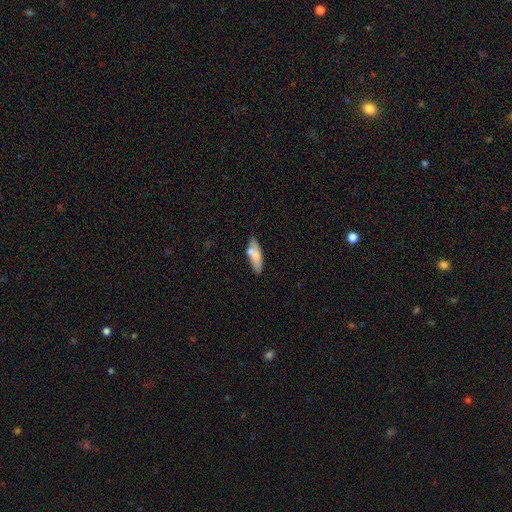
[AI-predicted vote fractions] Morphology: type=smooth (68%); roundness=in between (51%); merging=none (65%).